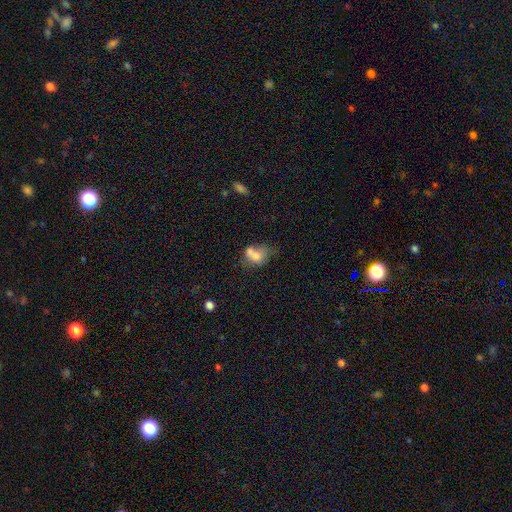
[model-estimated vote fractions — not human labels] A smooth galaxy with no disk features (68%) that is round (50%). Merging: merger (52%).